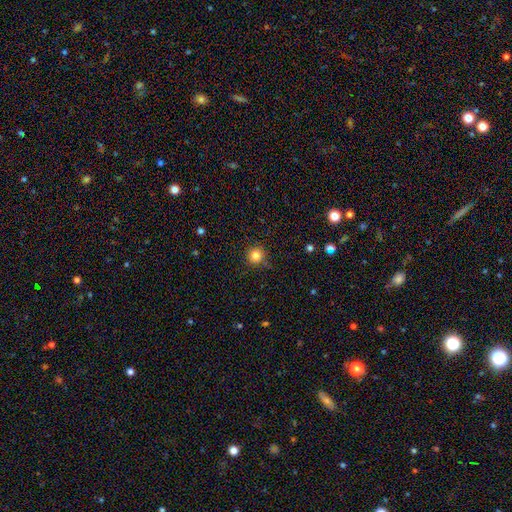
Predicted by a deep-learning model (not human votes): Smooth or featured? Predicted: smooth (p=0.82). How rounded? Predicted: round (p=0.94). Merging? Predicted: none (p=0.87).